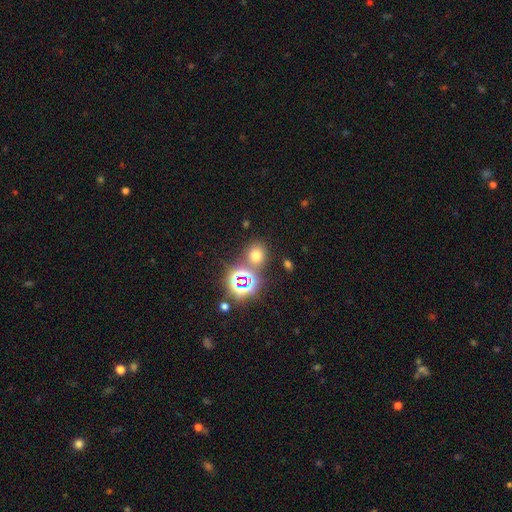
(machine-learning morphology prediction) Smooth or featured? Predicted: smooth (p=0.62). How rounded? Predicted: round (p=0.78). Merging? Predicted: none (p=0.75).